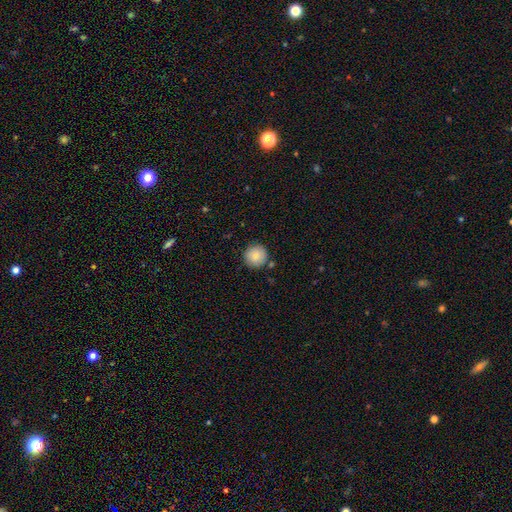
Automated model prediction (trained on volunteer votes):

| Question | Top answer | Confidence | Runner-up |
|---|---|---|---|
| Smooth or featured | smooth | 83% | featured or disk (9%) |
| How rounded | round | 95% | in between (4%) |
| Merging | none | 86% | minor disturbance (9%) |